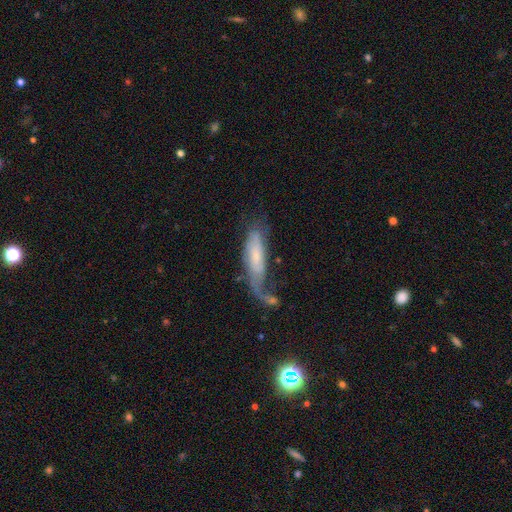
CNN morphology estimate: Smooth or featured? featured or disk (51%)
Edge-on disk? no (71%)
Merging? major disturbance (34%)